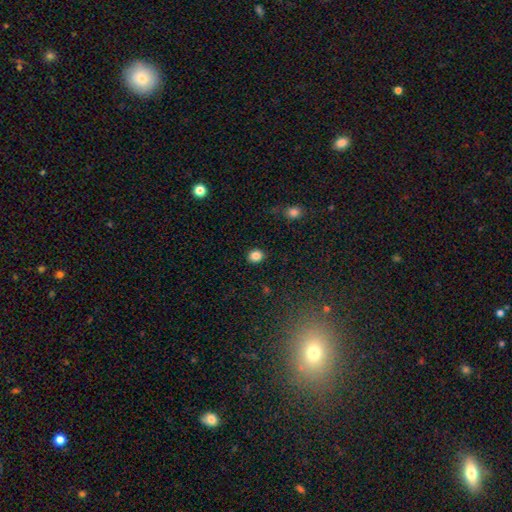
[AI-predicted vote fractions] Smooth or featured? smooth (85%)
How rounded? round (66%)
Merging? none (89%)